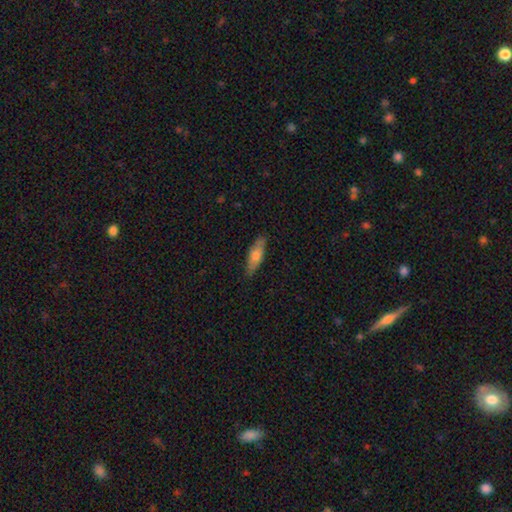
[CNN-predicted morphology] Overall: smooth (67%). How rounded: in between (57%; cigar-shaped 41%). Merging: none (85%).